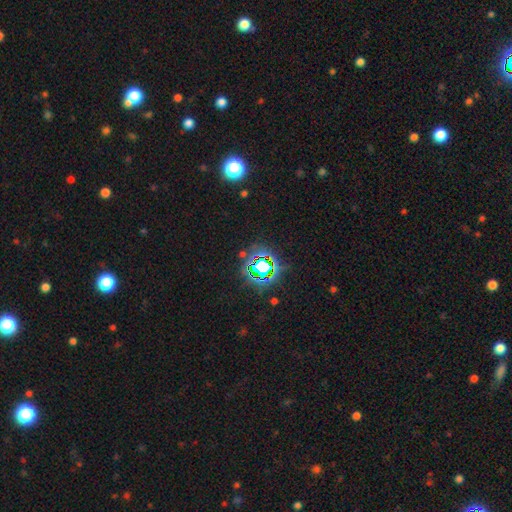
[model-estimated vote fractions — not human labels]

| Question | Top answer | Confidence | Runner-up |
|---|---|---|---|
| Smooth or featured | star or artifact | 72% | smooth (20%) |